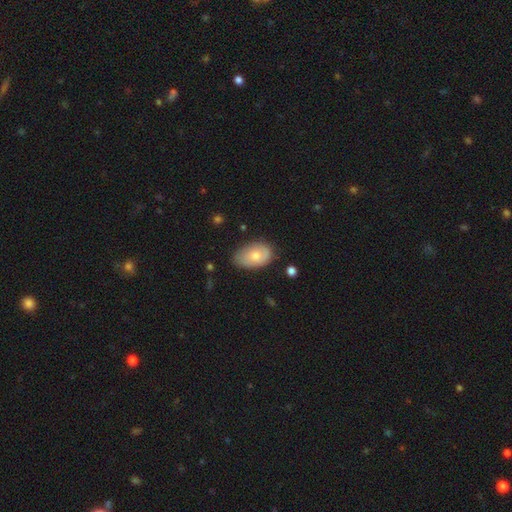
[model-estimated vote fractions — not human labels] Smooth or featured? smooth (62%)
How rounded? in between (88%)
Merging? none (65%)